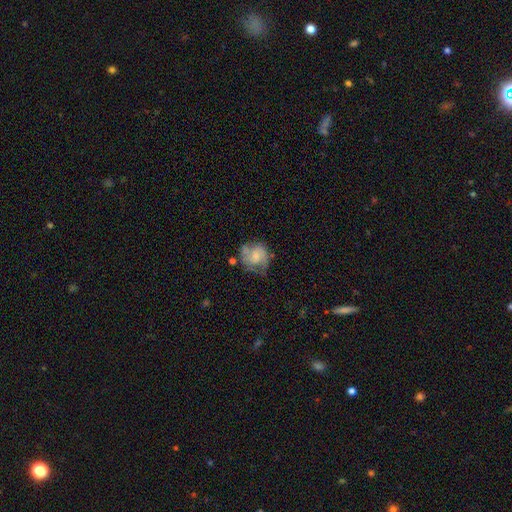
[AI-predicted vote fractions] Smooth or featured: featured or disk — 52% (smooth — 40%)
Edge-on disk: no — 98% (yes — 2%)
Bar: no — 75% (weak — 21%)
Spiral arms: yes — 73% (no — 27%)
Bulge size: small — 57% (moderate — 30%)
Merging: none — 47% (minor disturbance — 29%)